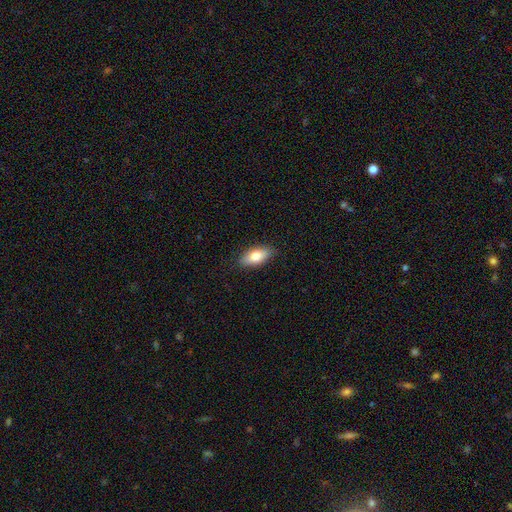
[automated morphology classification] smooth-or-featured: smooth: 77% | featured or disk: 16% | star or artifact: 7%
  how-rounded: in between: 86% | cigar-shaped: 10% | round: 3%
  merging: none: 87% | minor disturbance: 10% | major disturbance: 2% | merger: 1%